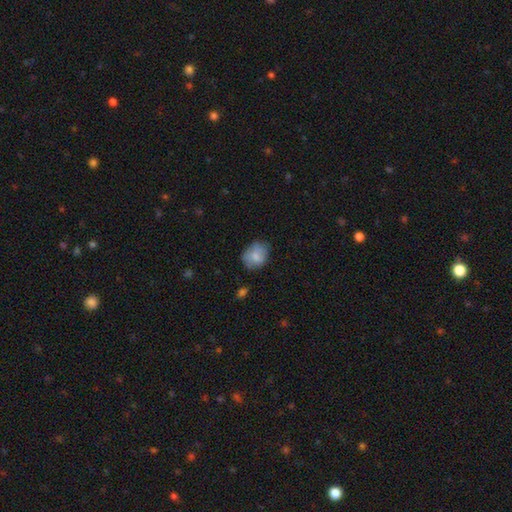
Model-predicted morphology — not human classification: smooth-or-featured: smooth: 72% | featured or disk: 21% | star or artifact: 8%
  how-rounded: in between: 52% | round: 47% | cigar-shaped: 1%
  merging: none: 62% | minor disturbance: 27% | major disturbance: 8% | merger: 2%